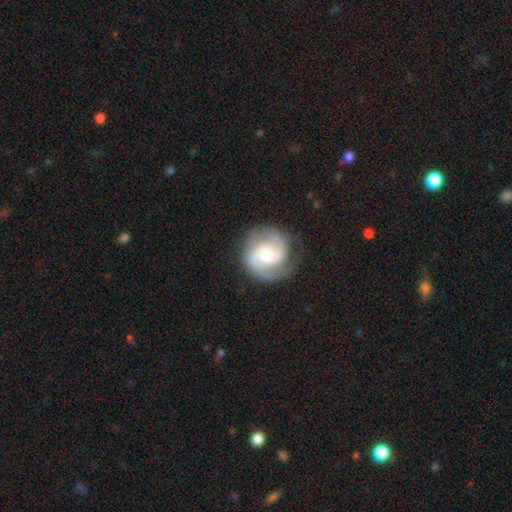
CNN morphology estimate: Smooth or featured? featured or disk (82%)
Edge-on disk? no (98%)
Bar? no (50%)
Spiral arms? yes (97%)
Spiral winding? medium (50%)
Spiral arm count? 2 (75%)
Bulge size? moderate (41%)
Merging? none (73%)